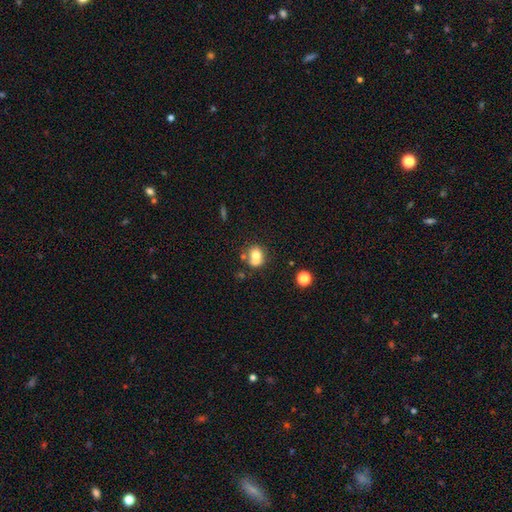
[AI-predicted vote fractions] Smooth or featured? smooth (71%)
How rounded? round (66%)
Merging? none (39%)